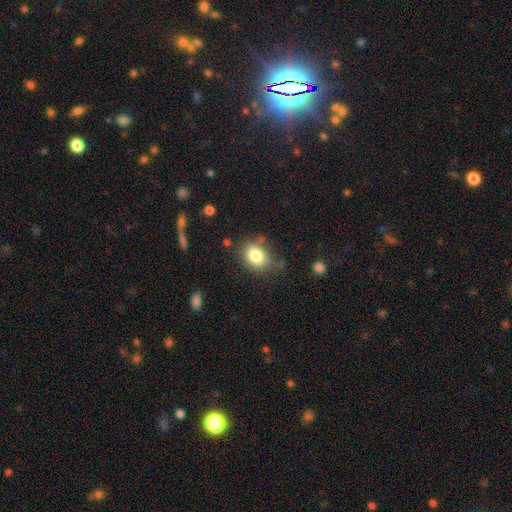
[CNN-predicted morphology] smooth-or-featured: smooth: 82% | star or artifact: 9% | featured or disk: 9%
  how-rounded: in between: 63% | round: 36% | cigar-shaped: 1%
  merging: none: 71% | minor disturbance: 19% | major disturbance: 6% | merger: 4%